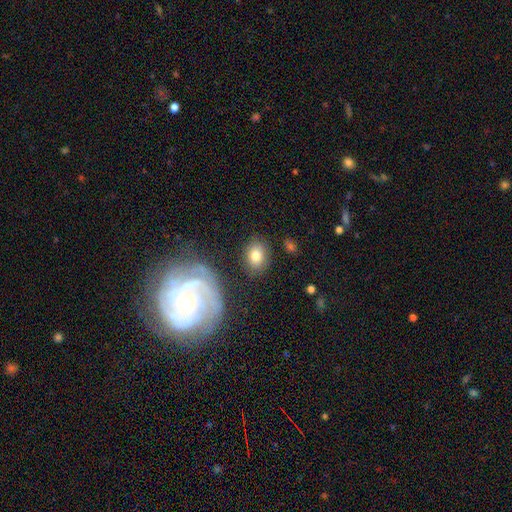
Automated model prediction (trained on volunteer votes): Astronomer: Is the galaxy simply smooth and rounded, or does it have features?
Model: smooth — 76%.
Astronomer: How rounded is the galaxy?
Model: in between — 52% (runner-up: round, 47%).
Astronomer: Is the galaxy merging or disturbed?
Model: none — 81%.